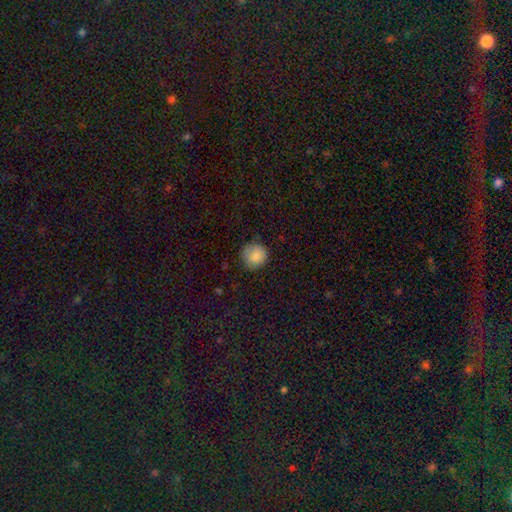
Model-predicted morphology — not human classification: A smooth galaxy with no disk features (87%) that is round (92%). Merging: none (81%).